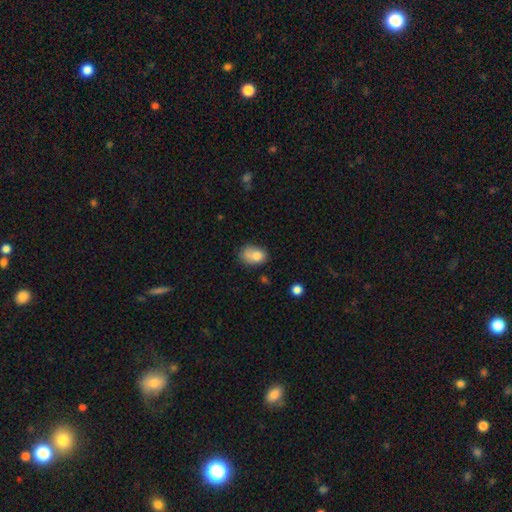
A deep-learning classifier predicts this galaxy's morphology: Smooth or featured? smooth (78%)
How rounded? in between (75%)
Merging? none (46%)